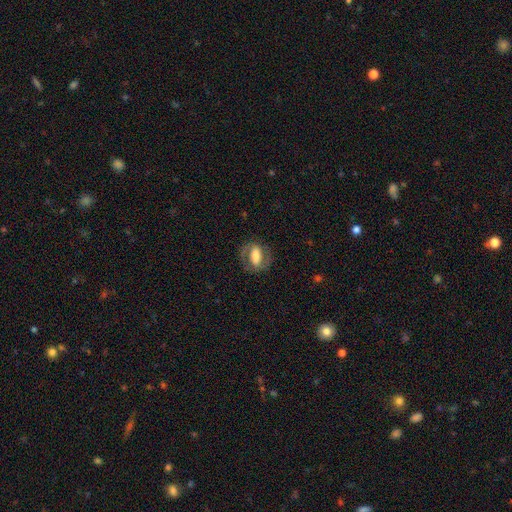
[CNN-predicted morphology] A featured or disk galaxy (57%) with a strong bar (48%), spiral arms (74%) and a moderate central bulge (37%). Merging: none (75%).